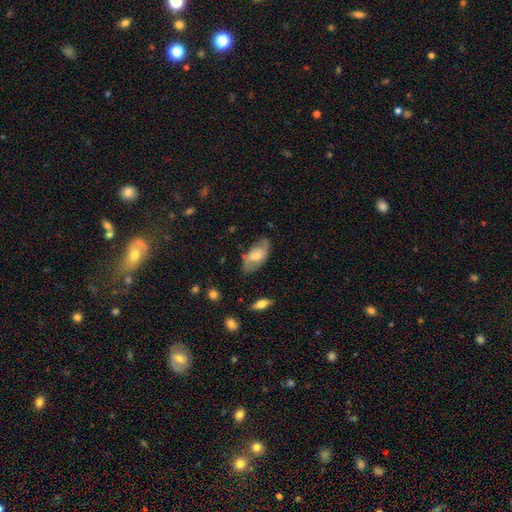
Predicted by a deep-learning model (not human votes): A featured or disk galaxy (56%) with no bar (46%), spiral arms (82%) and a moderate central bulge (50%).

Vote fractions:
- Smooth or featured? featured or disk: 56% / smooth: 37% / star or artifact: 7%
- Edge-on disk? no: 92% / yes: 8%
- Bar? no: 46% / weak: 44% / strong: 10%
- Spiral arms? yes: 82% / no: 18%
- Bulge size? moderate: 50% / small: 28% / large: 14% / none: 7% / dominant: 2%
- Merging? none: 68% / minor disturbance: 22% / major disturbance: 7% / merger: 2%